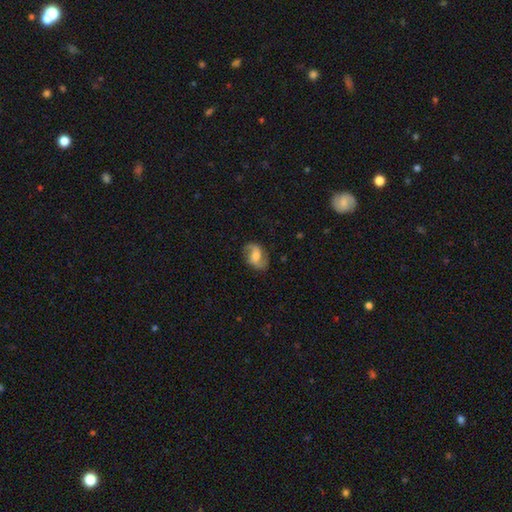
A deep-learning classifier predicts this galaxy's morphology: Smooth or featured? Predicted: featured or disk (p=0.74). Edge-on disk? Predicted: no (p=0.97). Bar? Predicted: weak (p=0.48). Spiral arms? Predicted: yes (p=0.93). Spiral winding? Predicted: loose (p=0.44). Spiral arm count? Predicted: 2 (p=0.90). Bulge size? Predicted: moderate (p=0.59). Merging? Predicted: none (p=0.80).